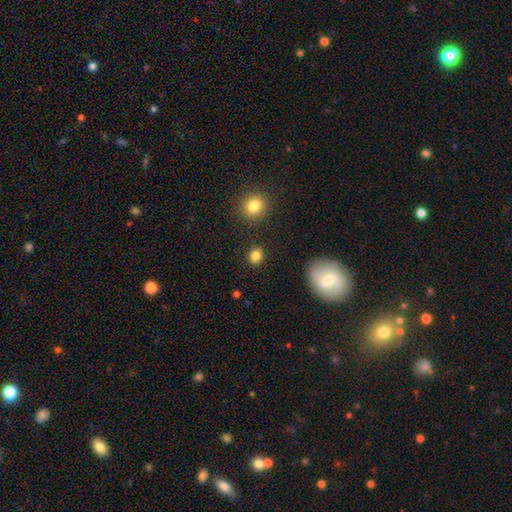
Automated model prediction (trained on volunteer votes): Q: Smooth or featured?
A: smooth (84%); runner-up: star or artifact (11%)
Q: How rounded?
A: round (78%); runner-up: in between (21%)
Q: Merging?
A: none (89%); runner-up: minor disturbance (7%)